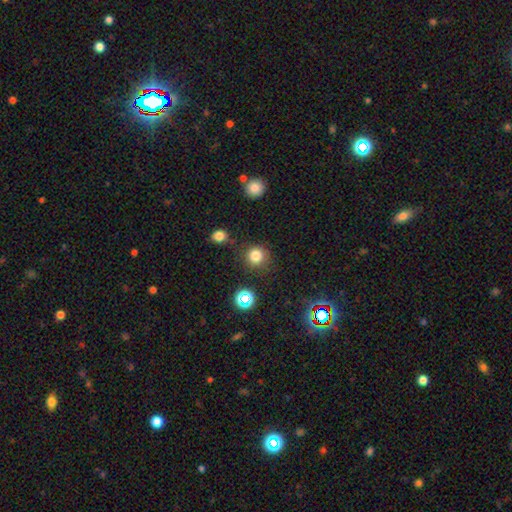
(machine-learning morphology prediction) Smooth or featured? Predicted: smooth (p=0.80). How rounded? Predicted: round (p=0.92). Merging? Predicted: none (p=0.81).